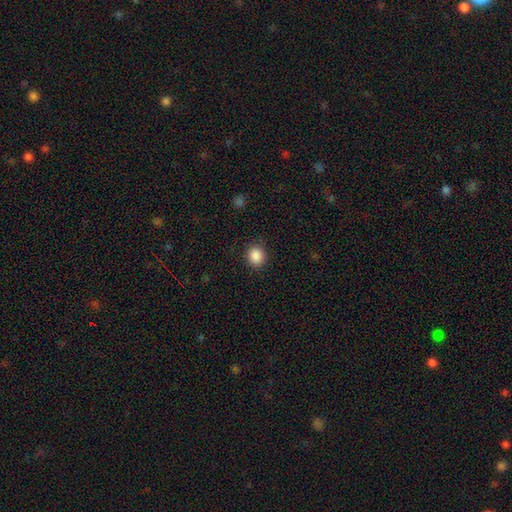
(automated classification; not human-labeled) Morphology: type=smooth (88%); roundness=round (81%); merging=none (89%).